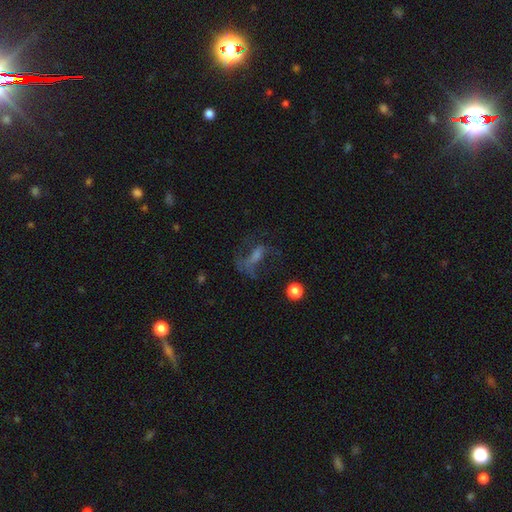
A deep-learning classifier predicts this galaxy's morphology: The model was most divided on "merging": none: 41%, major disturbance: 38%, minor disturbance: 17%, merger: 4%. Remaining: smooth or featured — featured or disk (46%).